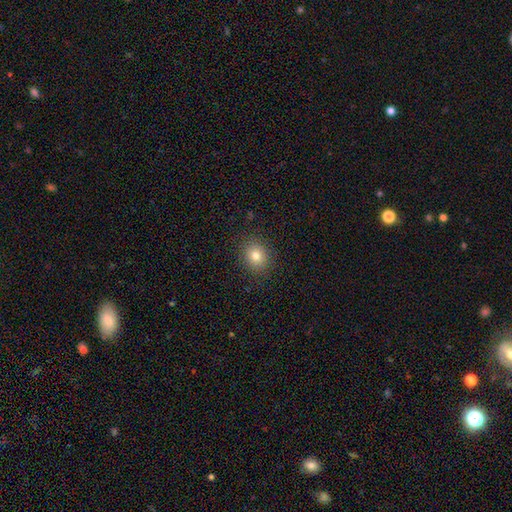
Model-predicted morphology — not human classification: Overall: smooth (81%). How rounded: round (69%; in between 30%). Merging: none (89%).